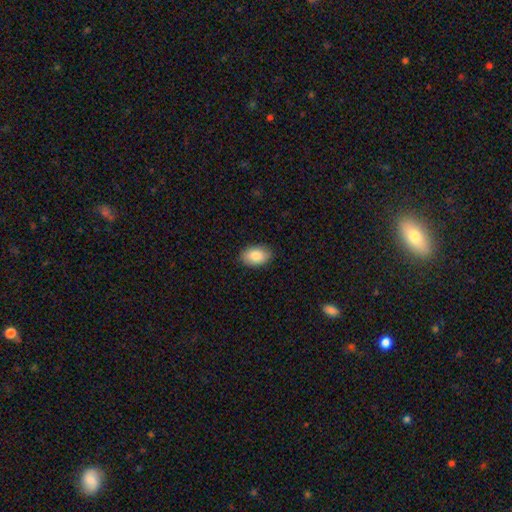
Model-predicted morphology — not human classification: Overall: smooth (86%). How rounded: in between (89%). Merging: none (88%).